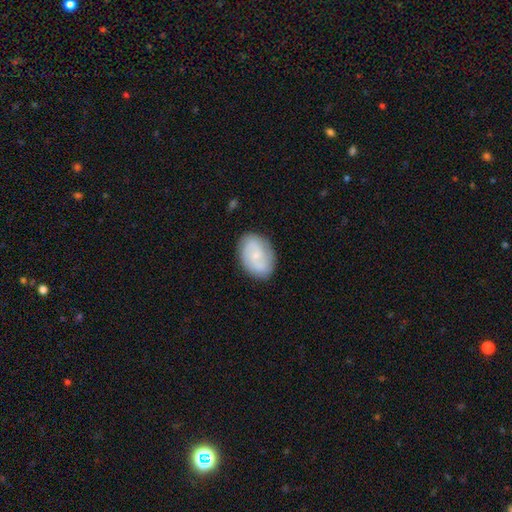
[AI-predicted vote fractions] A featured or disk galaxy (54%) with no bar (61%), spiral arms (85%) and a small central bulge (67%). Merging: none (81%).